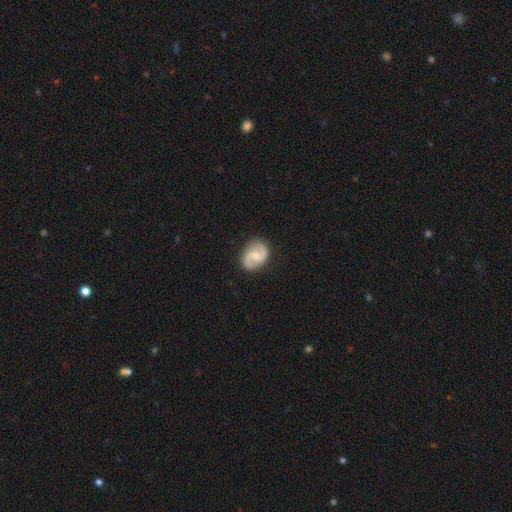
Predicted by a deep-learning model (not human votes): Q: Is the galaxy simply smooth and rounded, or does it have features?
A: featured or disk — 81%.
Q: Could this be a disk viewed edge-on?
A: no — 98%.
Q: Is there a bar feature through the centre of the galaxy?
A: weak — 50%.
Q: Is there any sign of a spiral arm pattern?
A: yes — 95%.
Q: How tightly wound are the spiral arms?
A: medium — 54%.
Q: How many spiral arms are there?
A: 2 — 92%.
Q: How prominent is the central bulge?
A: moderate — 52%.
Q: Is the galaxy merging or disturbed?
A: none — 85%.